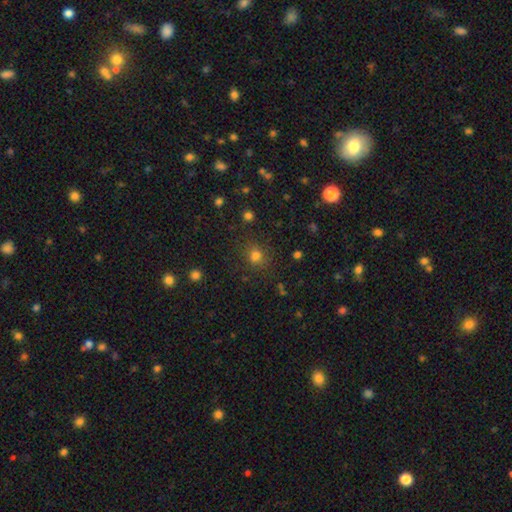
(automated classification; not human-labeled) This appears to be a smooth galaxy with no disk features (76%) that is round (77%). Merging: none (78%).